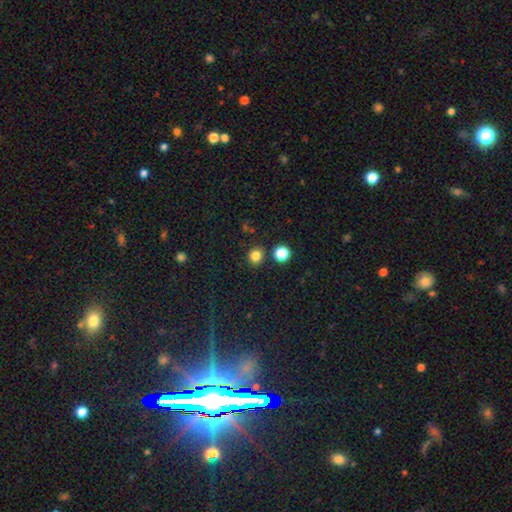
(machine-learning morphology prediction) smooth-or-featured: smooth: 82% | star or artifact: 14% | featured or disk: 4%
  how-rounded: round: 88% | in between: 11% | cigar-shaped: 1%
  merging: none: 86% | minor disturbance: 6% | merger: 5% | major disturbance: 2%